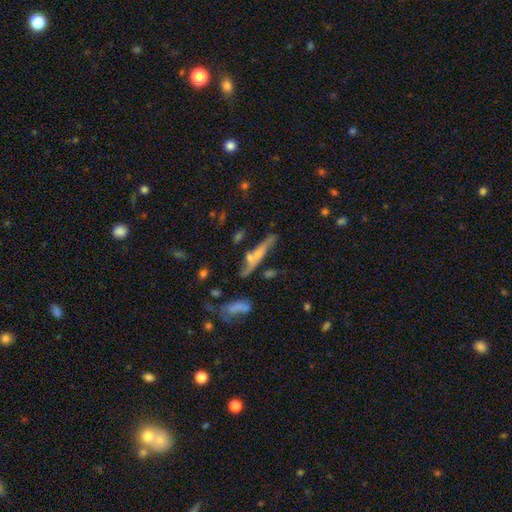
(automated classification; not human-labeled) Overall: featured or disk (47%; smooth 45%). Merging: none (49%; merger 21%).